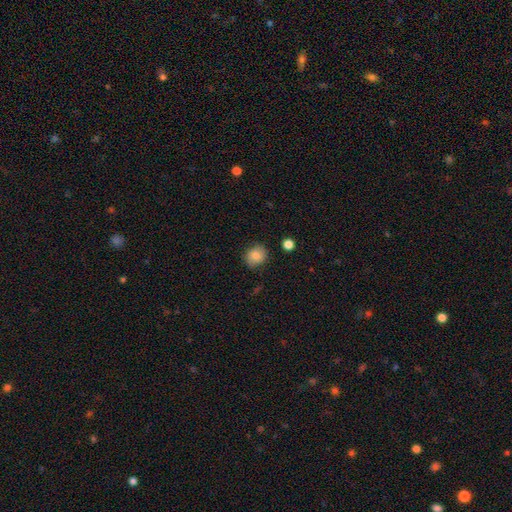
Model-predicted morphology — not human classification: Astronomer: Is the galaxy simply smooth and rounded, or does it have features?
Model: smooth — 82%.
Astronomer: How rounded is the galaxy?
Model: round — 75%.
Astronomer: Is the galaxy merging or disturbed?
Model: none — 83%.